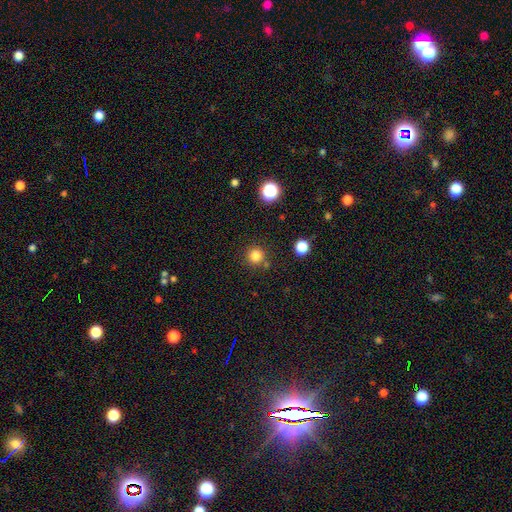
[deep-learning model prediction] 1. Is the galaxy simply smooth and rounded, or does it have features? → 81% smooth, 14% star or artifact, 5% featured or disk.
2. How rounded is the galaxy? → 94% round, 5% in between, 1% cigar-shaped.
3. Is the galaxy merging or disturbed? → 81% none, 8% minor disturbance, 8% merger, 3% major disturbance.